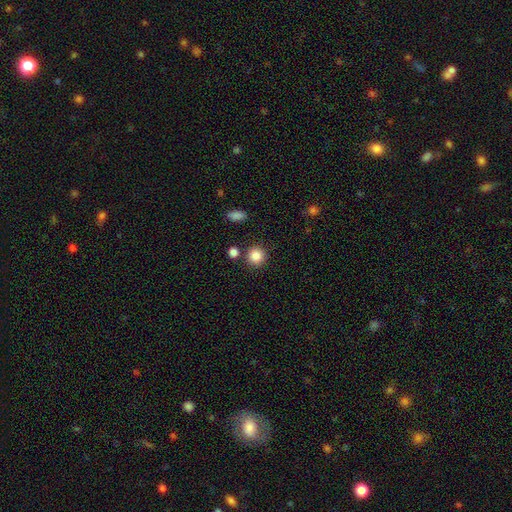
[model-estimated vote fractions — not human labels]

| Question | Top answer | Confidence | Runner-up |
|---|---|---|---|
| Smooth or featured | smooth | 86% | star or artifact (10%) |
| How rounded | round | 91% | in between (8%) |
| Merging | none | 83% | minor disturbance (8%) |